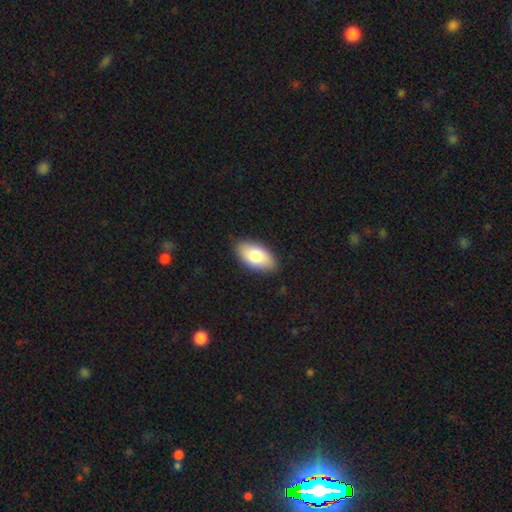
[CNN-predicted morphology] smooth 80%, featured or disk 14%, star or artifact 6%. Down the decision tree: how rounded — in between (95%); merging — none (87%).